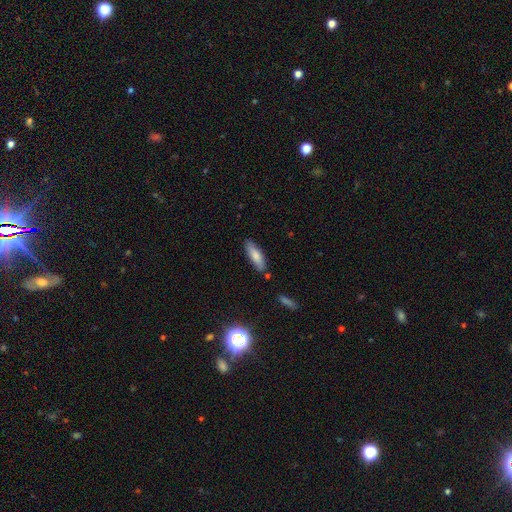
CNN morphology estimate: This appears to be a smooth galaxy with no disk features (78%) that is cigar-shaped (51%). Merging: none (80%).